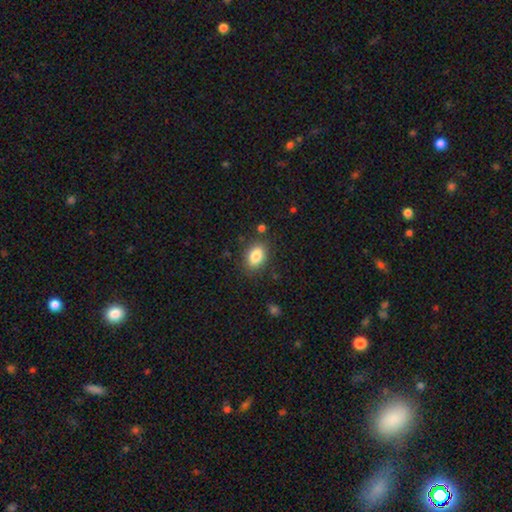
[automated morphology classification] Overall: smooth (86%). How rounded: in between (84%). Merging: none (83%).